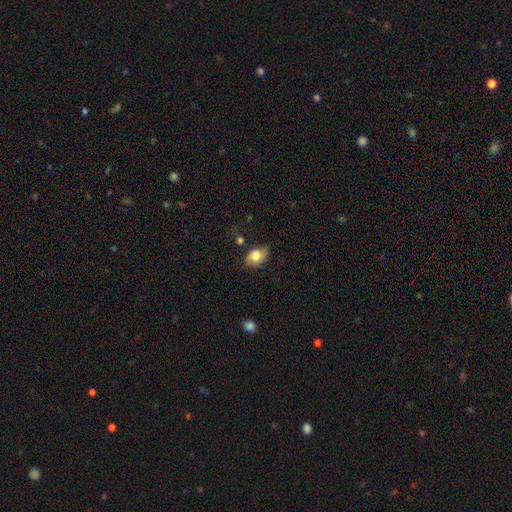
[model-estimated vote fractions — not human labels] This appears to be a smooth galaxy with no disk features (72%) that is in between round and cigar-shaped (82%). Merging: none (66%).